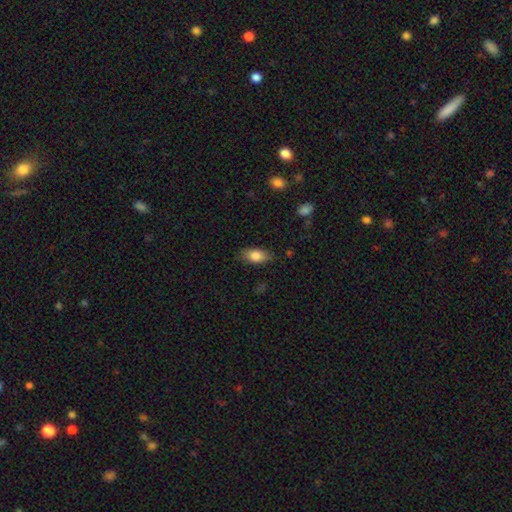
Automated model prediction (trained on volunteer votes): The model was most divided on "merging": none: 78%, minor disturbance: 16%, major disturbance: 4%, merger: 1%. More confident: how rounded — in between (85%); smooth or featured — smooth (80%).